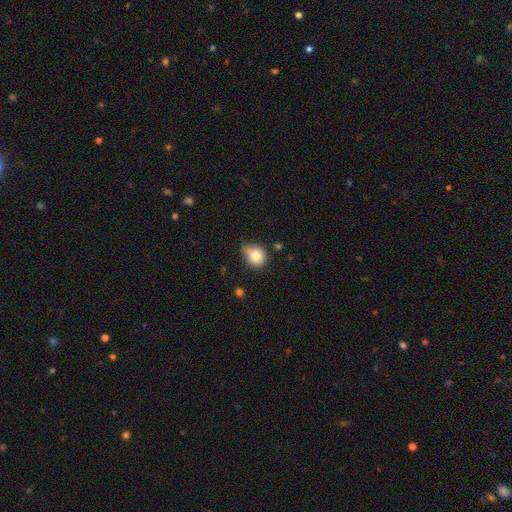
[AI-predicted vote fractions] A smooth galaxy with no disk features (80%) that is round (81%).

Vote fractions:
- Smooth or featured? smooth: 80% / star or artifact: 10% / featured or disk: 10%
- How rounded? round: 81% / in between: 18% / cigar-shaped: 1%
- Merging? none: 48% / minor disturbance: 37% / major disturbance: 8% / merger: 7%